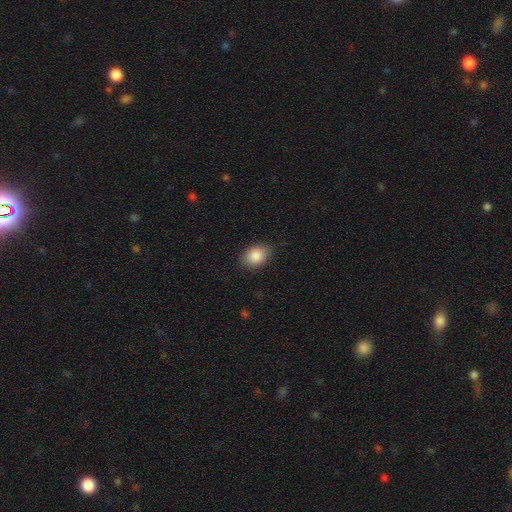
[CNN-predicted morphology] type=smooth (86%); roundness=in between (74%); merging=none (77%).